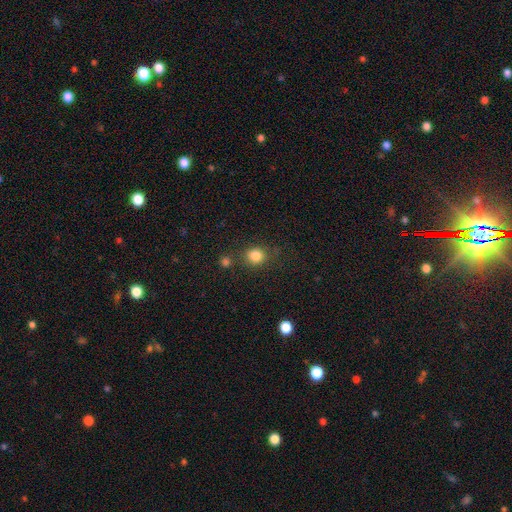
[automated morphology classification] type=smooth (83%); roundness=round (81%); merging=none (75%).